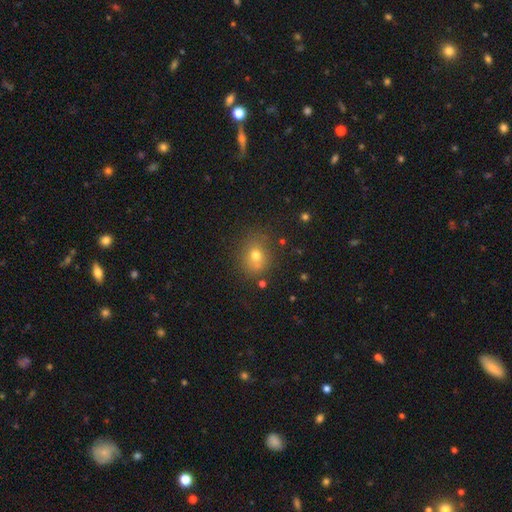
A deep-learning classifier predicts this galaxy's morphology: Smooth or featured? Predicted: smooth (p=0.71). How rounded? Predicted: round (p=0.74). Merging? Predicted: none (p=0.75).